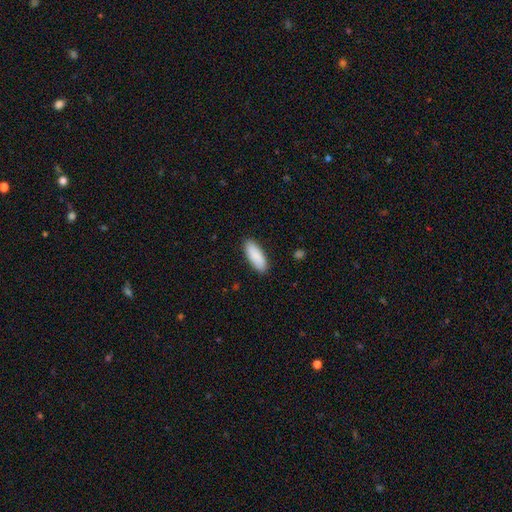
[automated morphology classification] Smooth or featured? smooth (89%)
How rounded? in between (71%)
Merging? none (89%)